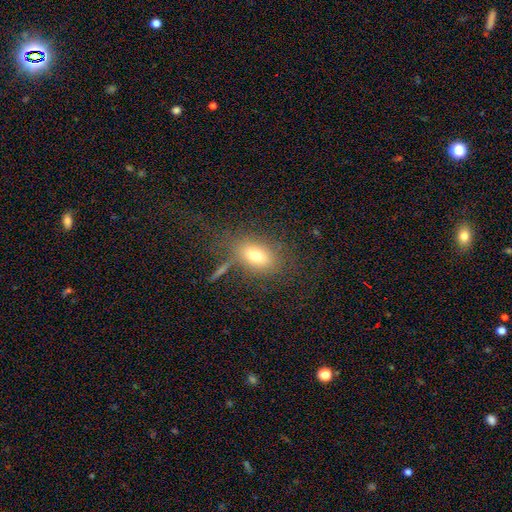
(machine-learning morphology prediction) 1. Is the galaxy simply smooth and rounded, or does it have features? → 71% smooth, 17% featured or disk, 12% star or artifact.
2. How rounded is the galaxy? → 78% in between, 17% round, 4% cigar-shaped.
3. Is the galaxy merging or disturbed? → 67% none, 15% minor disturbance, 11% major disturbance, 8% merger.